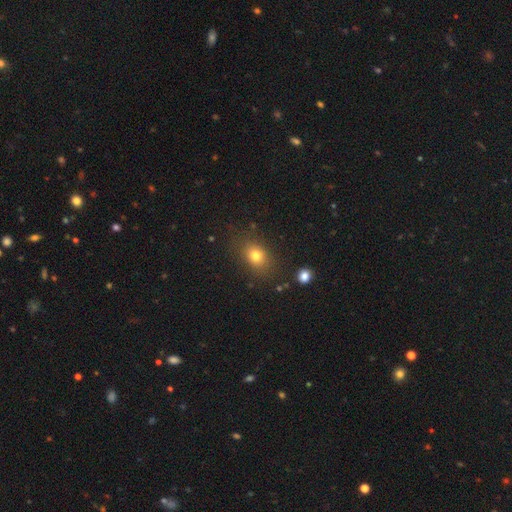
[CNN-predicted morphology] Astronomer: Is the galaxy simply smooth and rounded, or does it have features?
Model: smooth — 77%.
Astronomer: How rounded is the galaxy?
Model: in between — 60% (runner-up: round, 39%).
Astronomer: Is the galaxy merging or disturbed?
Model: none — 80%.